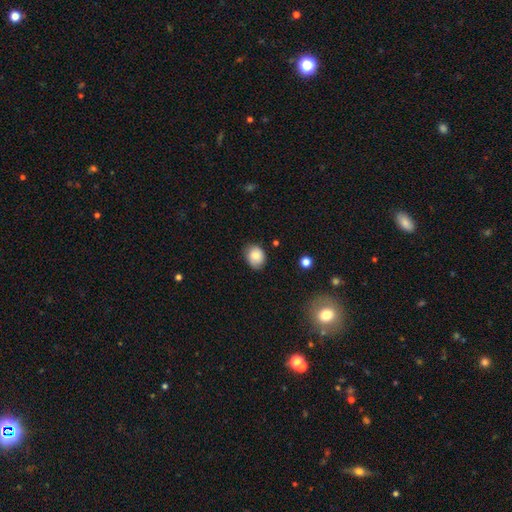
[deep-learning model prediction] Smooth or featured?
  - smooth: 80% *
  - featured or disk: 11%
  - star or artifact: 9%
How rounded?
  - round: 56% *
  - in between: 43%
  - cigar-shaped: 1%
Merging?
  - none: 74% *
  - minor disturbance: 21%
  - major disturbance: 4%
  - merger: 1%